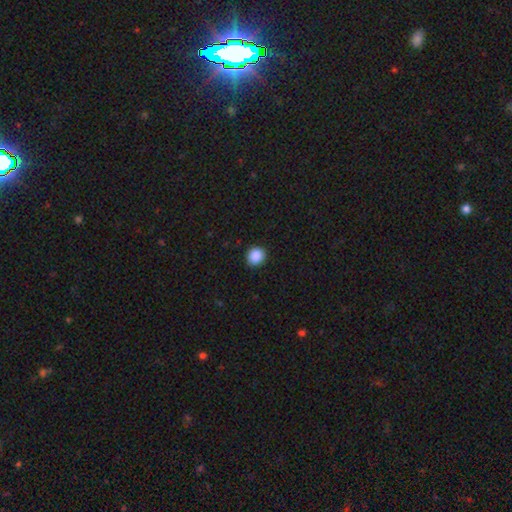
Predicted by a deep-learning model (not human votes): Smooth or featured? Predicted: smooth (p=0.88). How rounded? Predicted: round (p=0.80). Merging? Predicted: none (p=0.90).